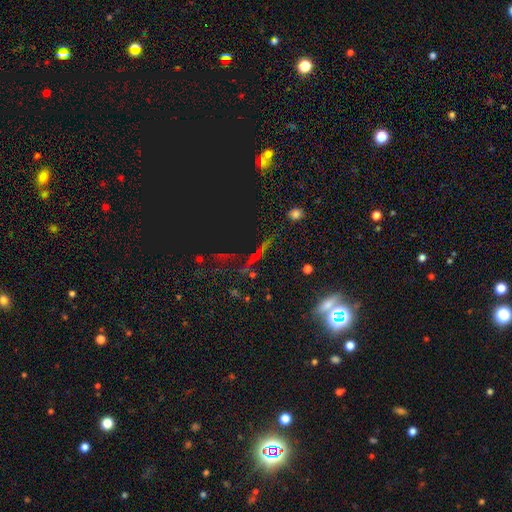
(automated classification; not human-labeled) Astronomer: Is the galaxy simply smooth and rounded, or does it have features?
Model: star or artifact — 64%.